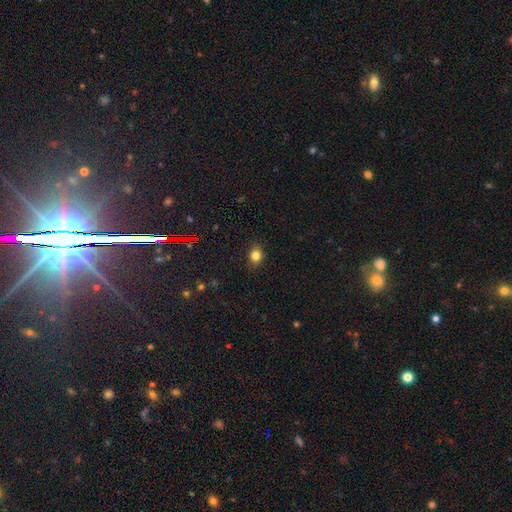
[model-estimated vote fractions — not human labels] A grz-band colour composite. It shows a smooth galaxy with no disk features (81%) that is round (55%). Merging: none (87%).